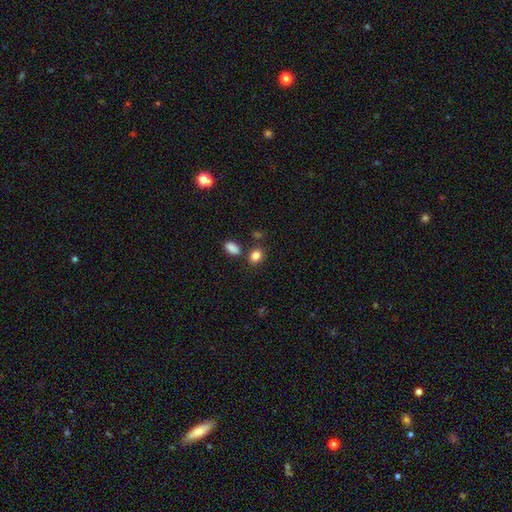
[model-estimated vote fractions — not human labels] This is clearly a smooth galaxy (85%). How rounded: possibly in between (55%). Merging: likely none (76%).